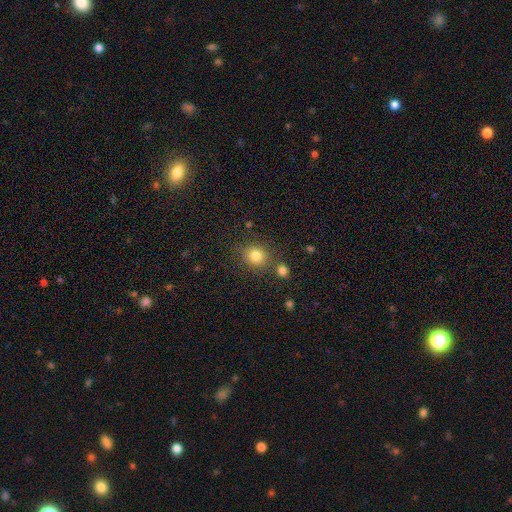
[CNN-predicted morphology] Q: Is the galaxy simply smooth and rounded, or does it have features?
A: smooth — 81%.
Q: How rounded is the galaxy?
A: round — 78%.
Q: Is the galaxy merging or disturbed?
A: none — 75%.